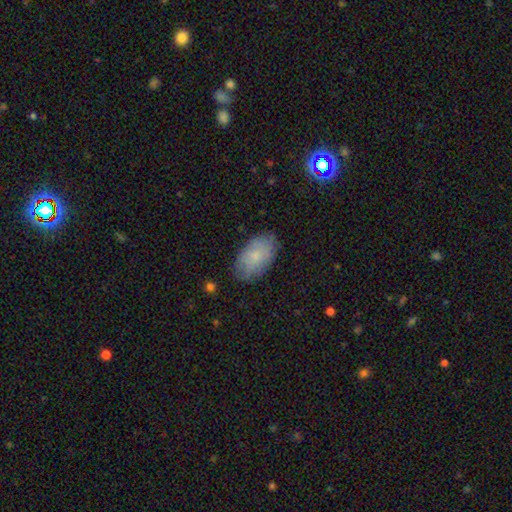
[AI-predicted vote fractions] Overall: smooth (71%). How rounded: in between (93%). Merging: none (79%).